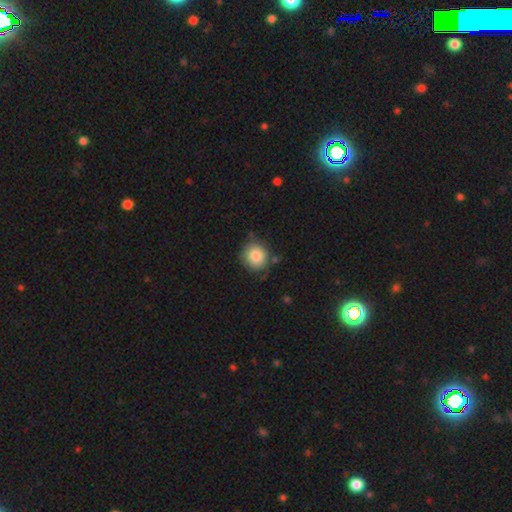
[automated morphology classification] Smooth or featured: smooth — 85% (star or artifact — 8%)
How rounded: round — 90% (in between — 10%)
Merging: none — 78% (minor disturbance — 15%)